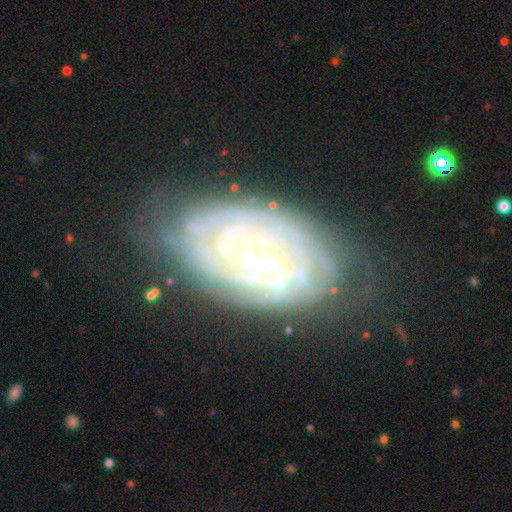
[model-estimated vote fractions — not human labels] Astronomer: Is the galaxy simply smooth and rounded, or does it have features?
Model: featured or disk — 88%.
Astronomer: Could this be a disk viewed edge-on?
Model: no — 95%.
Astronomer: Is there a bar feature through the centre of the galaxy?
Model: weak — 42% (runner-up: no, 30%).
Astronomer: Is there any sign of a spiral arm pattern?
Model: yes — 97%.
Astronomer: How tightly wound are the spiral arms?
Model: tight — 82%.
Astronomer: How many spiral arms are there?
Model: can't tell — 30%, tied with 2 at 30%.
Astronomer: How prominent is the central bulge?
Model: moderate — 59%.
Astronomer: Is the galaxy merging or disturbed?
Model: none — 74%.